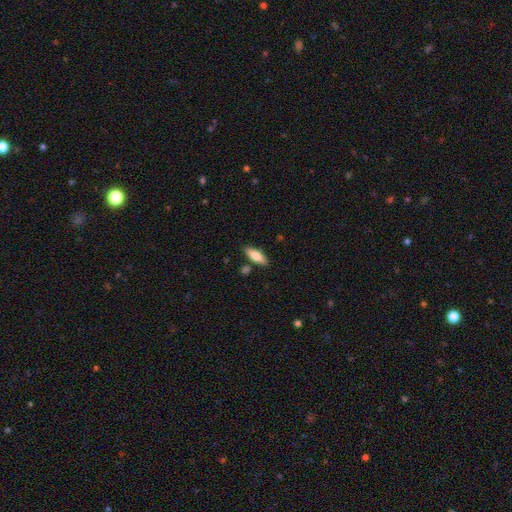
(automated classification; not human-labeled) Morphology: type=smooth (78%); roundness=in between (63%); merging=none (83%).